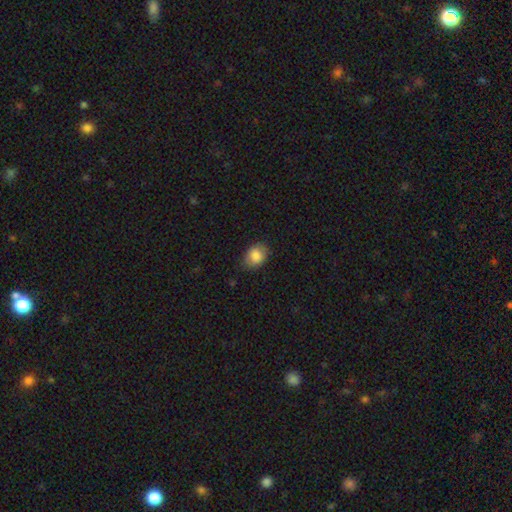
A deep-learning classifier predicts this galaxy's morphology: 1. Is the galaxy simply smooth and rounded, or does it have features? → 85% smooth, 8% featured or disk, 7% star or artifact.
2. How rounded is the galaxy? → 70% in between, 29% round, 1% cigar-shaped.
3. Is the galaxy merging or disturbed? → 76% none, 19% minor disturbance, 4% major disturbance, 1% merger.